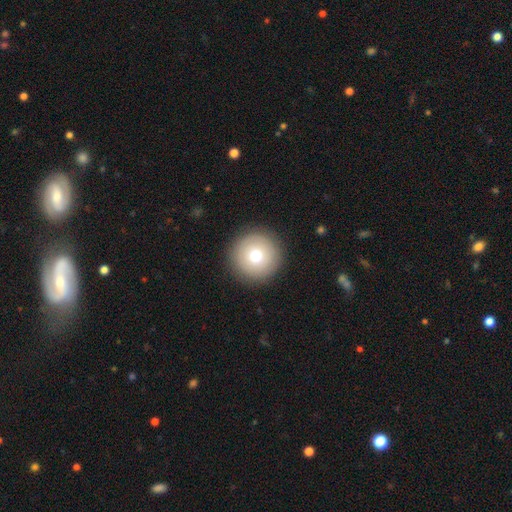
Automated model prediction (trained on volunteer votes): Smooth or featured?
  - smooth: 74% *
  - featured or disk: 16%
  - star or artifact: 10%
How rounded?
  - round: 97% *
  - in between: 2%
  - cigar-shaped: 1%
Merging?
  - none: 91% *
  - minor disturbance: 5%
  - major disturbance: 2%
  - merger: 1%